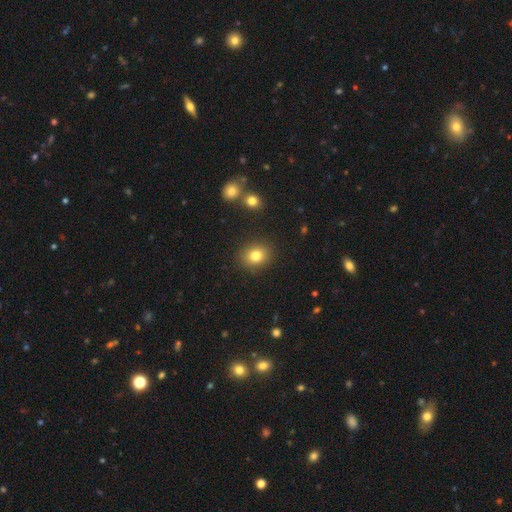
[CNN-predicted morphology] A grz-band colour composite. It shows a smooth galaxy with no disk features (81%) that is round (66%). Merging: none (87%).